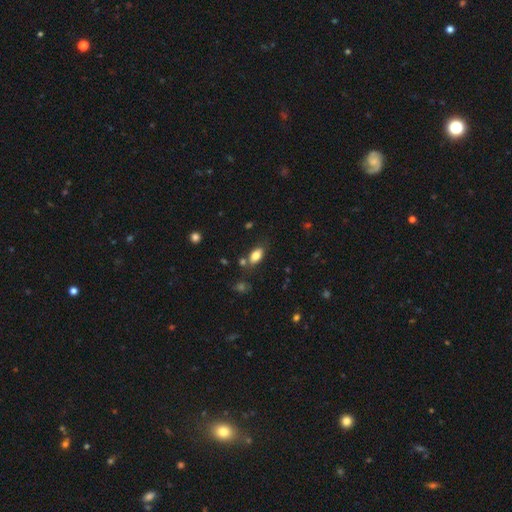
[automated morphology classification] smooth-or-featured: smooth: 82% | featured or disk: 9% | star or artifact: 9%
  how-rounded: in between: 90% | round: 6% | cigar-shaped: 4%
  merging: none: 74% | minor disturbance: 14% | merger: 8% | major disturbance: 4%